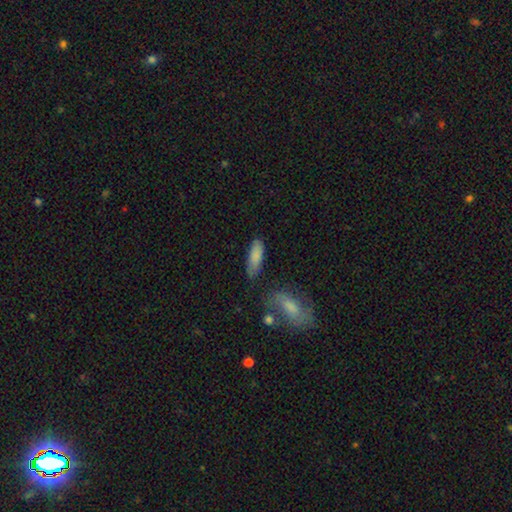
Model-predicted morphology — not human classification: smooth_or_featured: smooth (p=0.83) [alt: featured or disk p=0.10]
how_rounded: in between (p=0.60) [alt: cigar-shaped p=0.38]
merging: none (p=0.68) [alt: minor disturbance p=0.22]